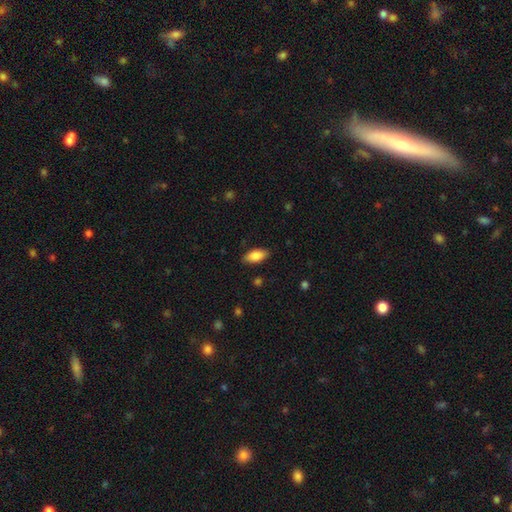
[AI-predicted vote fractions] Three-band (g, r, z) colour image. It shows a smooth galaxy with no disk features (85%) that is in between round and cigar-shaped (89%). Merging: none (86%).